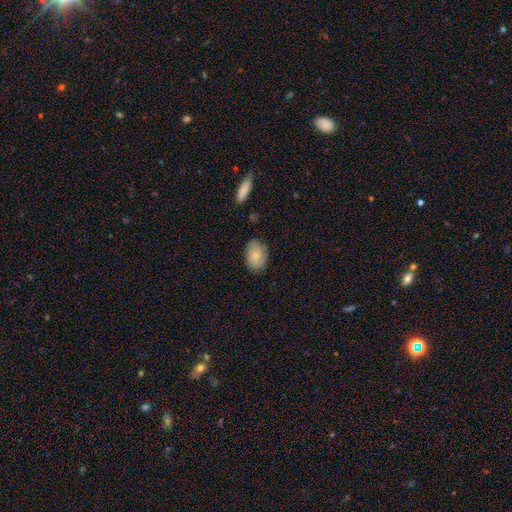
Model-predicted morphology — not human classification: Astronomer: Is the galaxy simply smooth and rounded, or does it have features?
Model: smooth — 84%.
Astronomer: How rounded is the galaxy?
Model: in between — 84%.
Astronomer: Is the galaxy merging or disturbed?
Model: none — 80%.